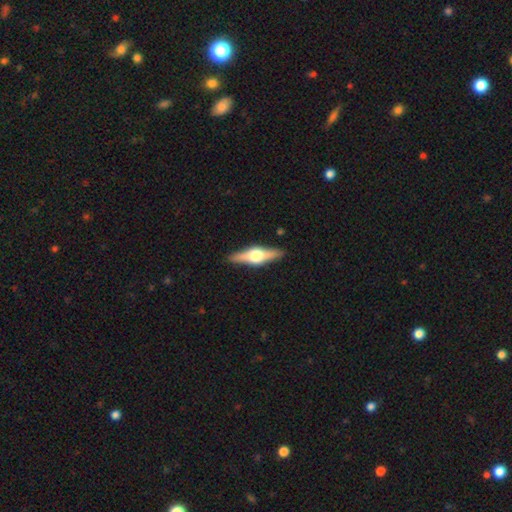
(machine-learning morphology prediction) A featured or disk galaxy (70%) viewed edge-on (96%) with a rounded central bulge (94%).

Vote fractions:
- Smooth or featured? featured or disk: 70% / smooth: 25% / star or artifact: 6%
- Edge-on disk? yes: 96% / no: 4%
- Edge-on bulge? rounded: 94% / boxy: 4% / none: 1%
- Merging? none: 89% / minor disturbance: 8% / major disturbance: 2% / merger: 1%